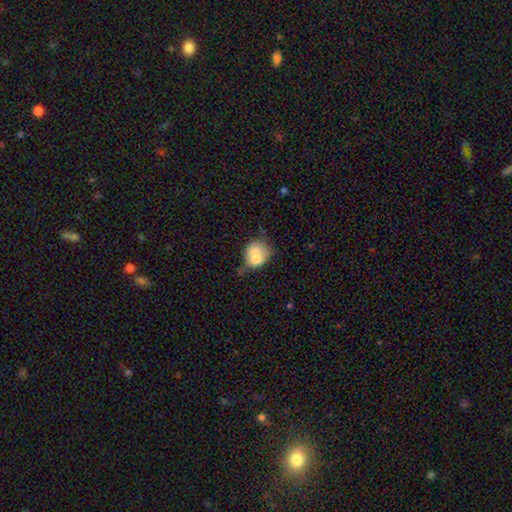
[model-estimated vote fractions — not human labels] smooth_or_featured: smooth (p=0.68) [alt: featured or disk p=0.24]
how_rounded: round (p=0.67) [alt: in between p=0.32]
merging: merger (p=0.52) [alt: none p=0.31]